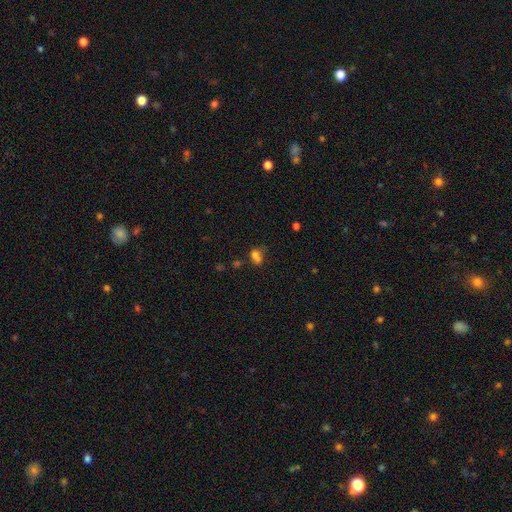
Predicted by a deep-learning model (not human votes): The model was most divided on "merging": none: 36%, merger: 29%, minor disturbance: 21%, major disturbance: 14%. More confident: smooth or featured — smooth (71%); how rounded — in between (63%).